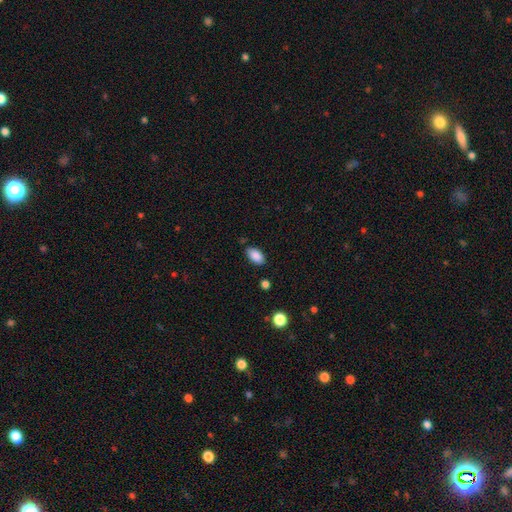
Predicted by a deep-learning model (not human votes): smooth-or-featured: smooth: 88% | star or artifact: 8% | featured or disk: 4%
  how-rounded: in between: 93% | round: 3% | cigar-shaped: 3%
  merging: none: 83% | minor disturbance: 13% | major disturbance: 3% | merger: 2%